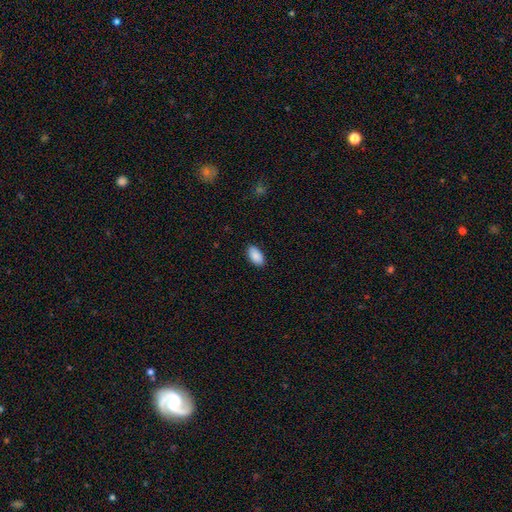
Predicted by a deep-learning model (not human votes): smooth-or-featured: smooth: 90% | star or artifact: 6% | featured or disk: 4%
  how-rounded: in between: 95% | cigar-shaped: 3% | round: 2%
  merging: none: 88% | minor disturbance: 9% | major disturbance: 2% | merger: 1%